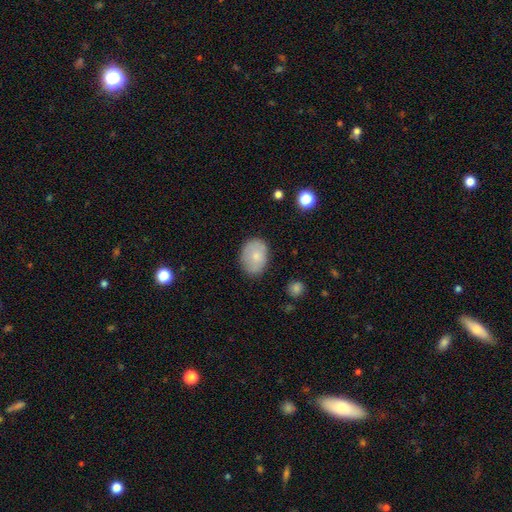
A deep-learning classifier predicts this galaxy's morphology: This is likely a smooth galaxy (74%). How rounded: likely in between (72%). Merging: likely none (77%).